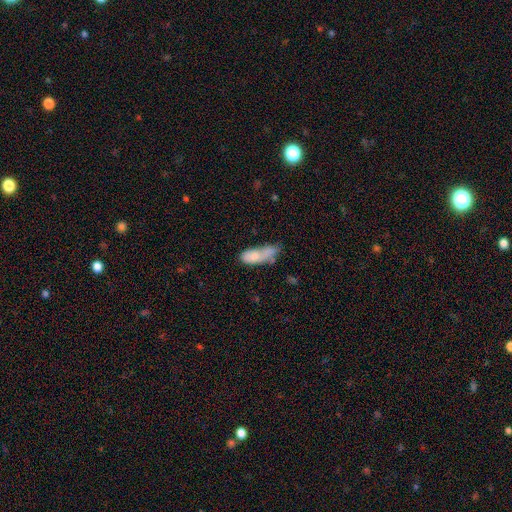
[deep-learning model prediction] A smooth galaxy with no disk features (74%) that is in between round and cigar-shaped (68%).

Vote fractions:
- Smooth or featured? smooth: 74% / featured or disk: 18% / star or artifact: 8%
- How rounded? in between: 68% / cigar-shaped: 28% / round: 3%
- Merging? none: 33% / minor disturbance: 30% / merger: 22% / major disturbance: 16%